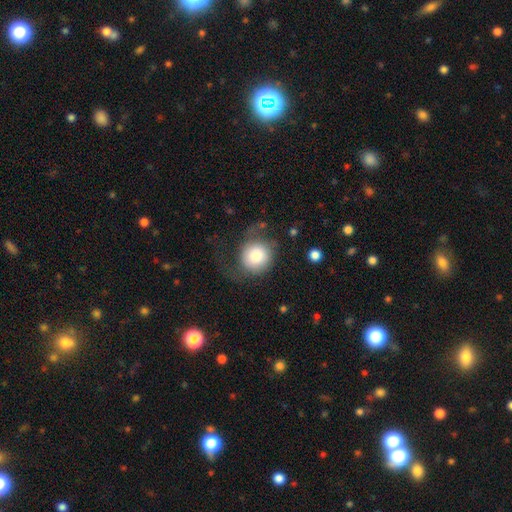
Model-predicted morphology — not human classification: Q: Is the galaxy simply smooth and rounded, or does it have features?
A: smooth — 73%.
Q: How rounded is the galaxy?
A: round — 87%.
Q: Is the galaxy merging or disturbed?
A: none — 48%.